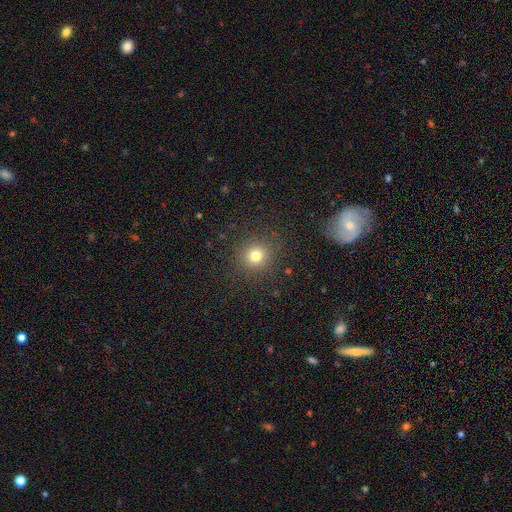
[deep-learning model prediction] smooth_or_featured: smooth (p=0.75) [alt: star or artifact p=0.18]
how_rounded: round (p=0.92) [alt: in between p=0.07]
merging: none (p=0.88) [alt: minor disturbance p=0.07]